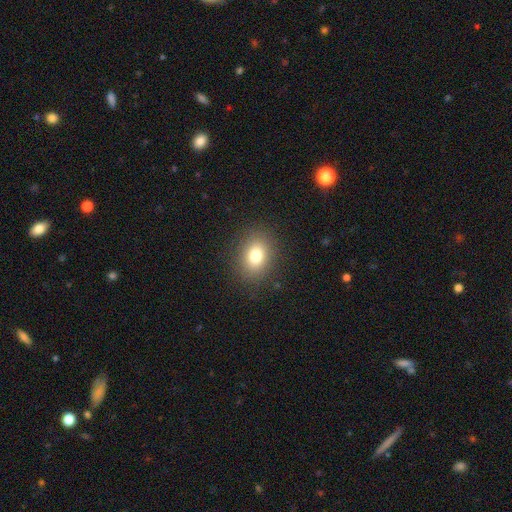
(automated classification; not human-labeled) This appears to be a smooth galaxy with no disk features (78%) that is in between round and cigar-shaped (57%). Merging: none (87%).